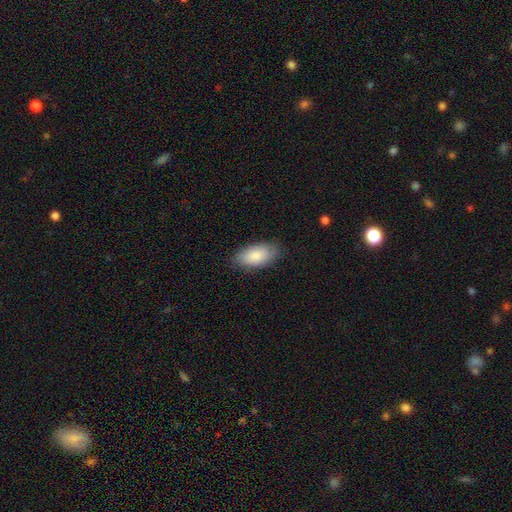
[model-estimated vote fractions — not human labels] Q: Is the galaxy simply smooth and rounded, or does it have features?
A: smooth — 84%.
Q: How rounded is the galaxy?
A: in between — 93%.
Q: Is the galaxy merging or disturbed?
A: none — 82%.